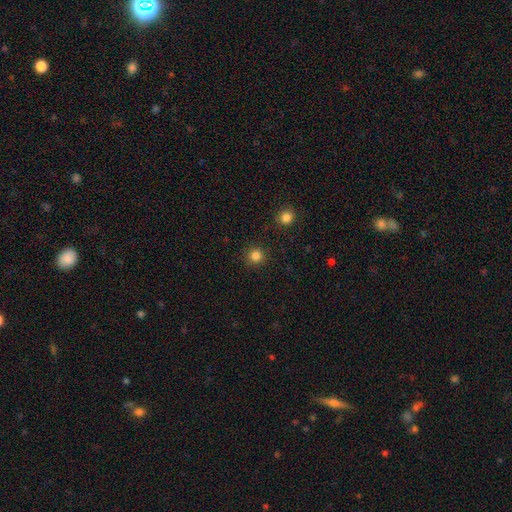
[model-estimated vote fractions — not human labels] Smooth or featured? Predicted: smooth (p=0.84). How rounded? Predicted: round (p=0.95). Merging? Predicted: none (p=0.91).